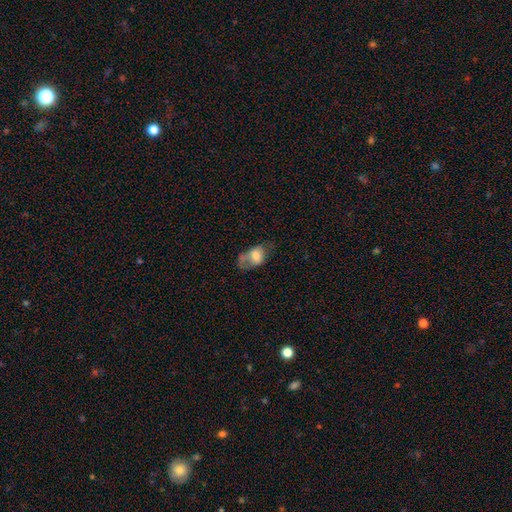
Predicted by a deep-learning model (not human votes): Overall: smooth (62%; featured or disk 29%). How rounded: in between (84%). Merging: major disturbance (32%; none 31%).